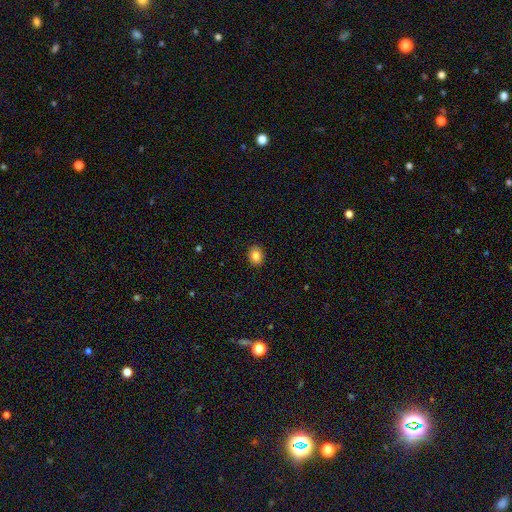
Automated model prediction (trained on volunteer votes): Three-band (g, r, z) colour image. It shows a smooth galaxy with no disk features (85%) that is in between round and cigar-shaped (59%). Merging: none (90%).